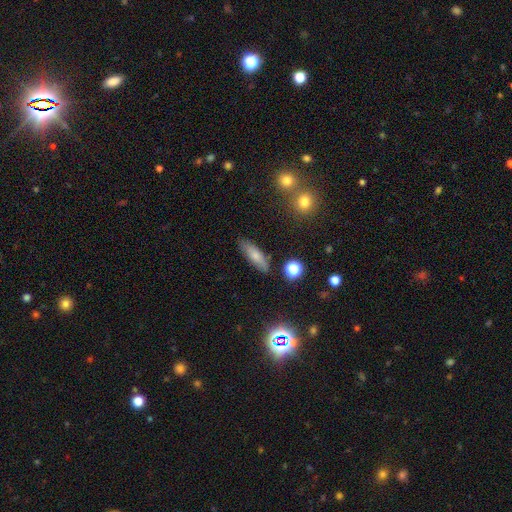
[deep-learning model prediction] Smooth or featured: smooth — 74% (featured or disk — 16%)
How rounded: cigar-shaped — 50% (in between — 46%)
Merging: none — 81% (minor disturbance — 13%)